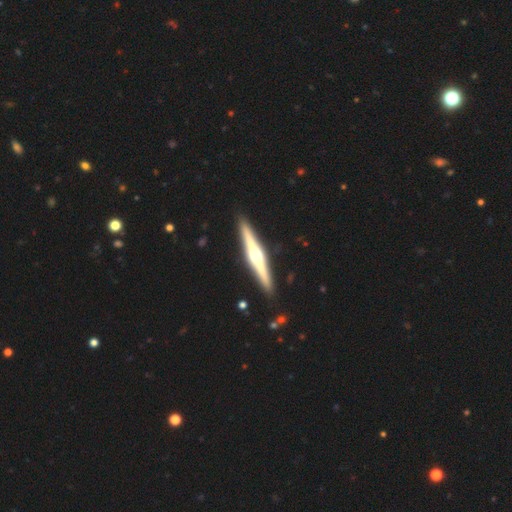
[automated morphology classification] This is likely a featured or disk galaxy (80%). It is clearly viewed edge-on (98%). Edge-on bulge: clearly rounded (92%). Merging: clearly none (91%).